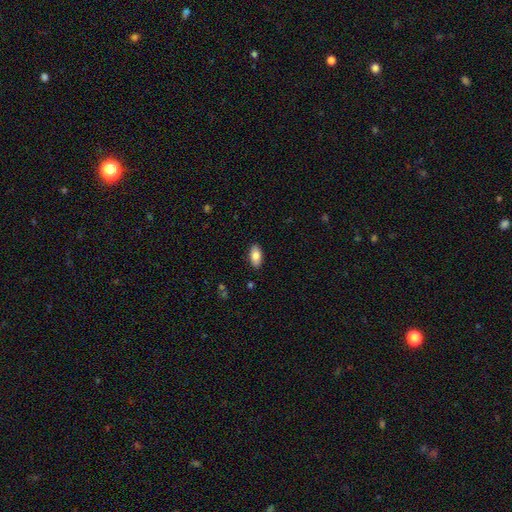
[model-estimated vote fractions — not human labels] The model was most divided on "smooth or featured": smooth: 83%, featured or disk: 10%, star or artifact: 7%. More confident: how rounded — in between (91%); merging — none (88%).